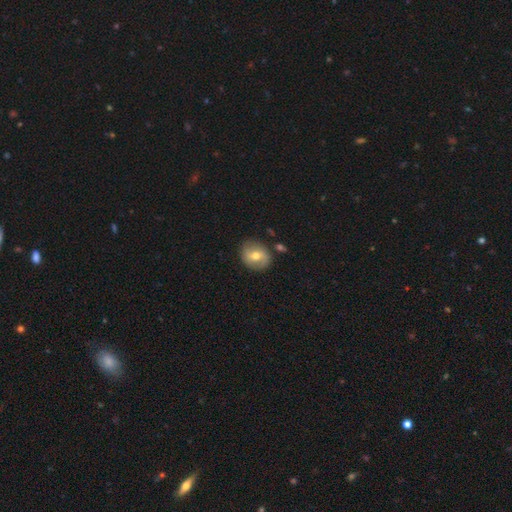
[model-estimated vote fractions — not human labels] smooth-or-featured: featured or disk: 52% | smooth: 41% | star or artifact: 7%
  disk-edge-on: no: 96% | yes: 4%
  merging: none: 80% | minor disturbance: 13% | major disturbance: 3% | merger: 3%